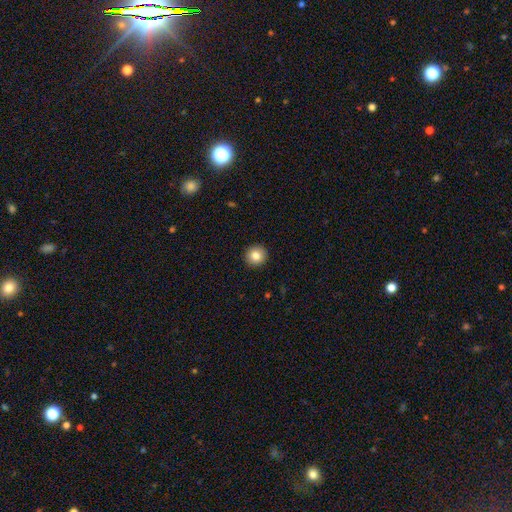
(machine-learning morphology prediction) type=smooth (83%); roundness=round (95%); merging=none (93%).